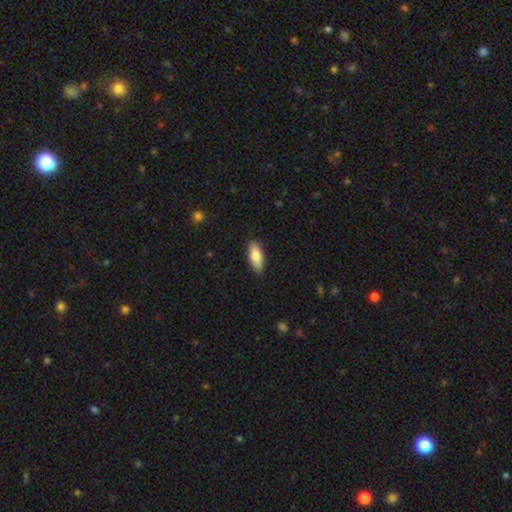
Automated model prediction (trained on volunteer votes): Smooth or featured? smooth (83%)
How rounded? in between (80%)
Merging? none (87%)